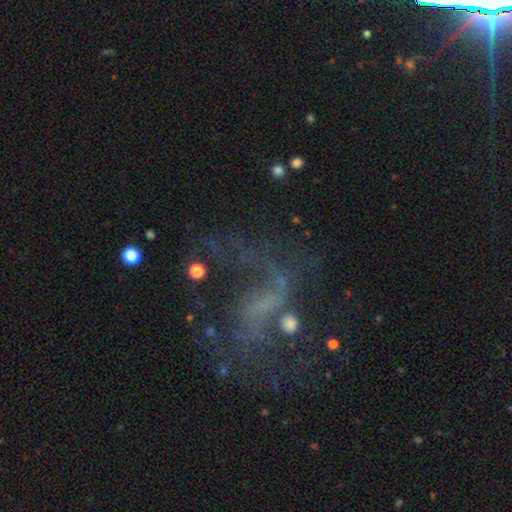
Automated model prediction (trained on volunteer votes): Smooth or featured? Predicted: featured or disk (p=0.66). Edge-on disk? Predicted: no (p=0.96). Bar? Predicted: no (p=0.44). Spiral arms? Predicted: yes (p=0.66). Bulge size? Predicted: none (p=0.57). Merging? Predicted: none (p=0.42).